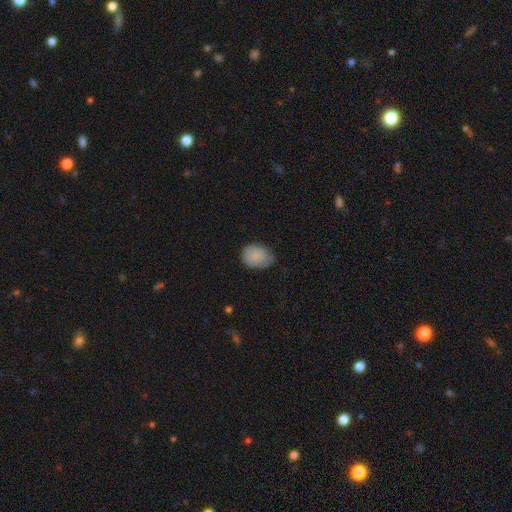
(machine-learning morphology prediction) type=smooth (85%); roundness=in between (58%); merging=none (56%).